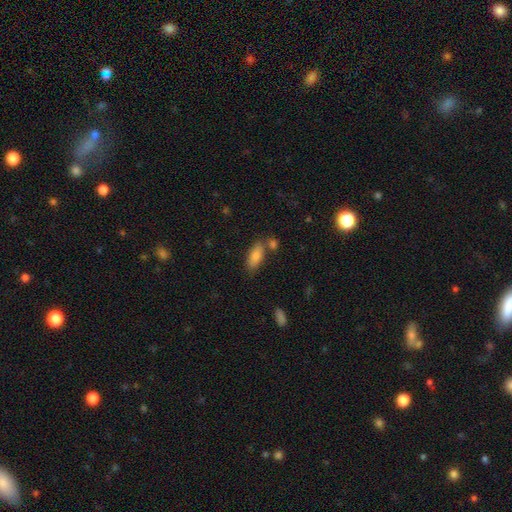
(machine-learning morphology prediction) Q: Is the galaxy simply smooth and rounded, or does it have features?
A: smooth — 81%.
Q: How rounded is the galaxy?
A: in between — 82%.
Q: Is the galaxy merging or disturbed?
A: none — 69%.